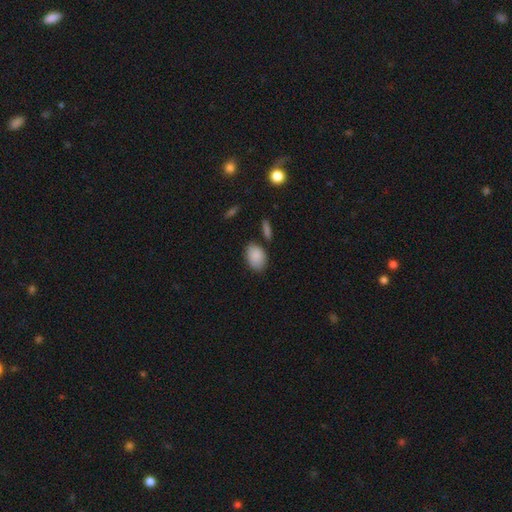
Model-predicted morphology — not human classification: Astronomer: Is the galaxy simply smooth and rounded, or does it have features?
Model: smooth — 88%.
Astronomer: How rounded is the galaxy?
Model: in between — 85%.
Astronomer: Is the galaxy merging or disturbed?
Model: none — 74%.